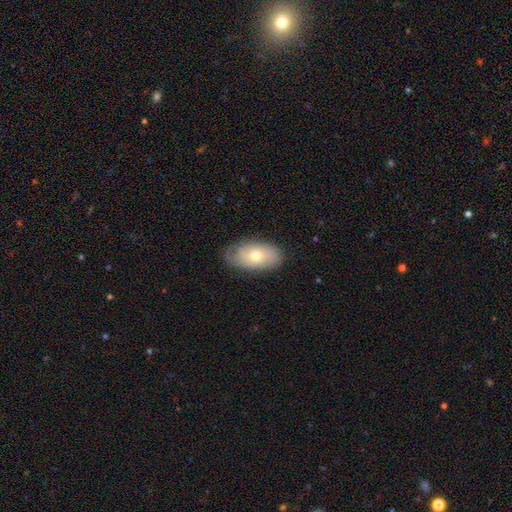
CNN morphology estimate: Smooth or featured? smooth (59%)
How rounded? in between (91%)
Merging? none (72%)